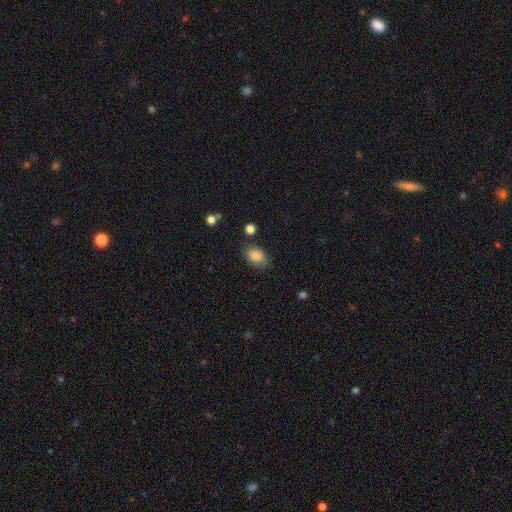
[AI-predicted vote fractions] Smooth or featured? Predicted: smooth (p=0.84). How rounded? Predicted: in between (p=0.84). Merging? Predicted: none (p=0.74).